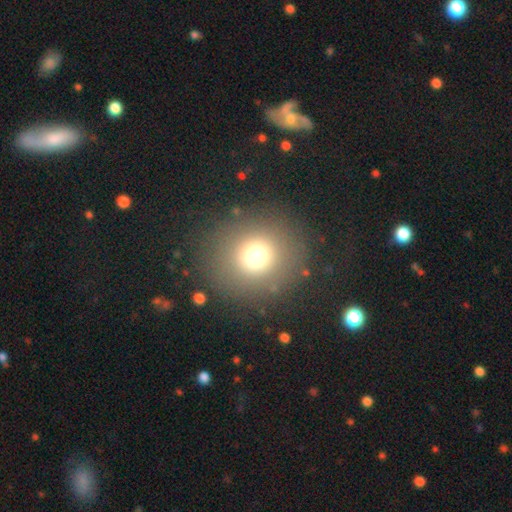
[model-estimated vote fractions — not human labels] smooth-or-featured: smooth: 72% | star or artifact: 19% | featured or disk: 10%
  how-rounded: round: 89% | in between: 10% | cigar-shaped: 1%
  merging: none: 86% | minor disturbance: 7% | major disturbance: 5% | merger: 2%